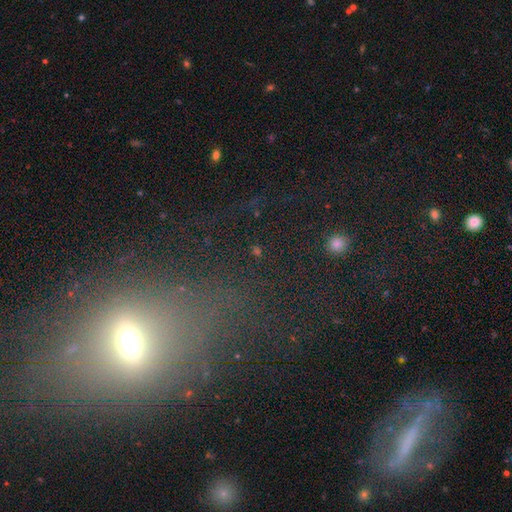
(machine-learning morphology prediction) A smooth galaxy with no disk features (40%).

Vote fractions:
- Smooth or featured? smooth: 40% / star or artifact: 38% / featured or disk: 23%
- Merging? none: 61% / major disturbance: 17% / minor disturbance: 15% / merger: 7%